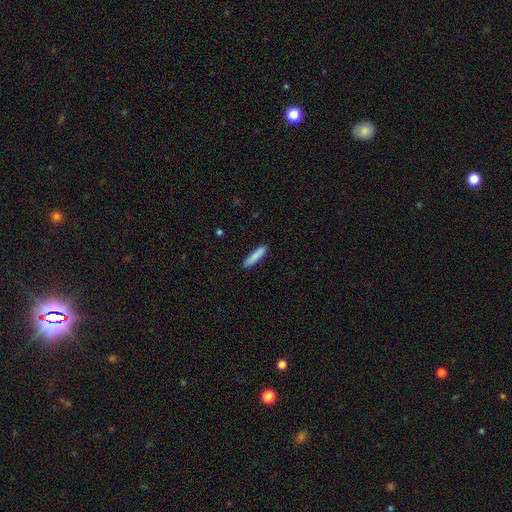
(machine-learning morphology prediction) smooth-or-featured: smooth: 86% | featured or disk: 7% | star or artifact: 6%
  how-rounded: cigar-shaped: 84% | in between: 14% | round: 1%
  merging: none: 90% | minor disturbance: 7% | major disturbance: 2% | merger: 1%